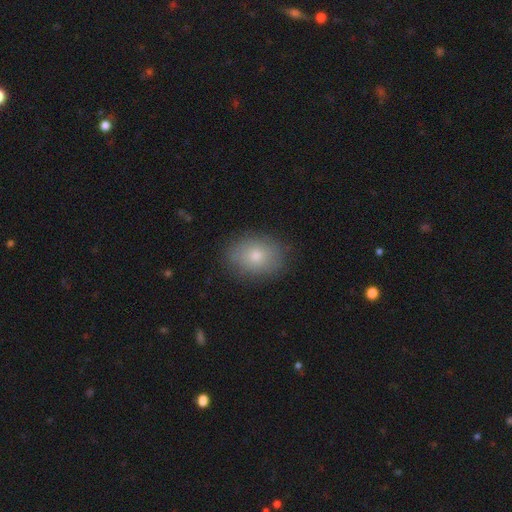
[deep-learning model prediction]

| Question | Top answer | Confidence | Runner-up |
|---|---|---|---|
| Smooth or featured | smooth | 76% | featured or disk (14%) |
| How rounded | in between | 70% | round (29%) |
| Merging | none | 85% | minor disturbance (11%) |